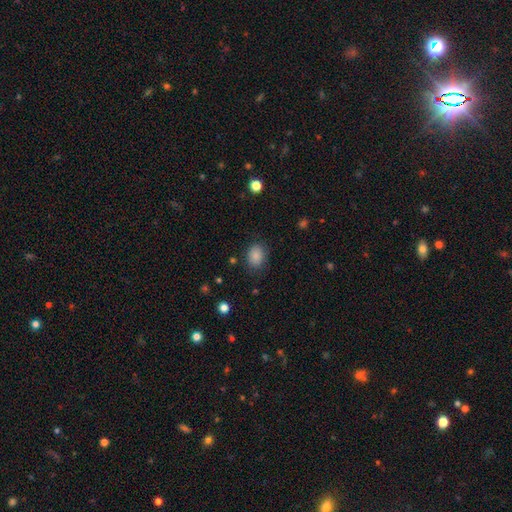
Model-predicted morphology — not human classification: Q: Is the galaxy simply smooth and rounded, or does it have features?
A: smooth — 86%.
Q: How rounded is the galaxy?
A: in between — 61%.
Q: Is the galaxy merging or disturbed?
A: none — 80%.